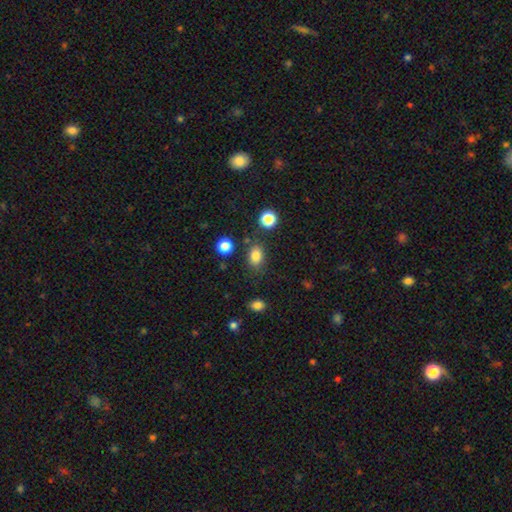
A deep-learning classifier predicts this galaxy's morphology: A smooth galaxy with no disk features (82%) that is in between round and cigar-shaped (76%).

Vote fractions:
- Smooth or featured? smooth: 82% / star or artifact: 11% / featured or disk: 6%
- How rounded? in between: 76% / round: 22% / cigar-shaped: 1%
- Merging? none: 77% / minor disturbance: 13% / merger: 6% / major disturbance: 4%